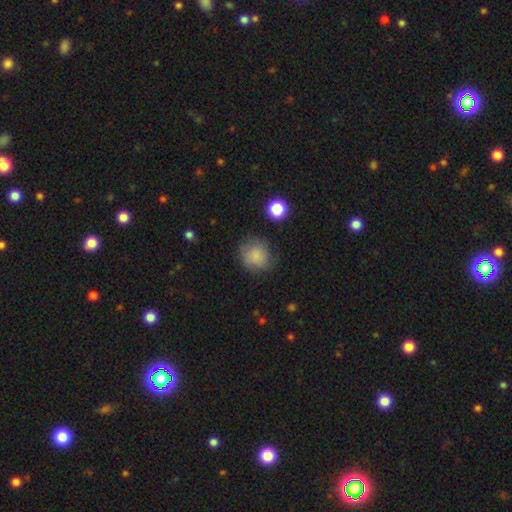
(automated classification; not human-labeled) Overall: smooth (82%). How rounded: round (82%). Merging: none (70%).